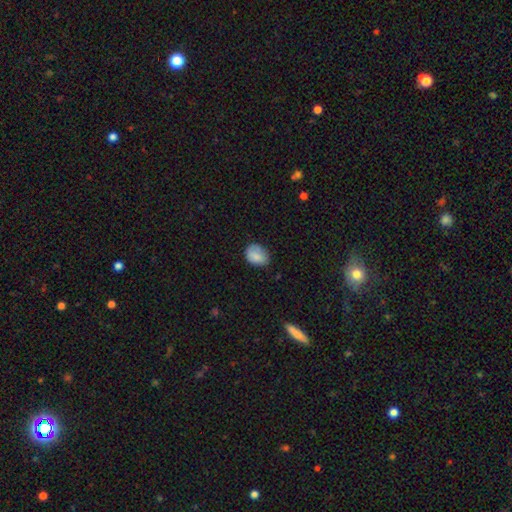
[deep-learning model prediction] Overall: smooth (82%). How rounded: in between (65%; round 34%). Merging: none (64%; minor disturbance 28%).